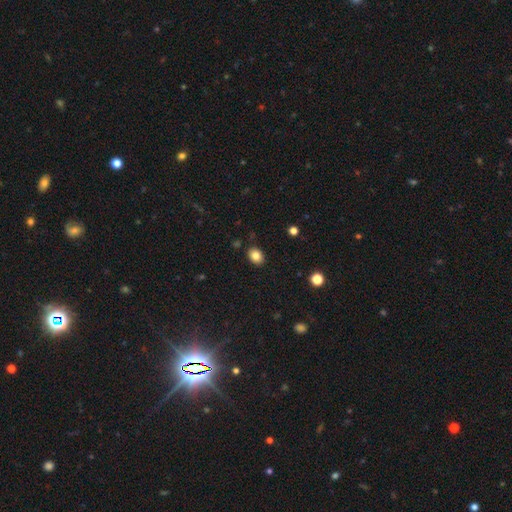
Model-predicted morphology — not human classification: Q: Smooth or featured?
A: smooth (83%); runner-up: star or artifact (10%)
Q: How rounded?
A: in between (56%); runner-up: round (43%)
Q: Merging?
A: none (88%); runner-up: minor disturbance (9%)